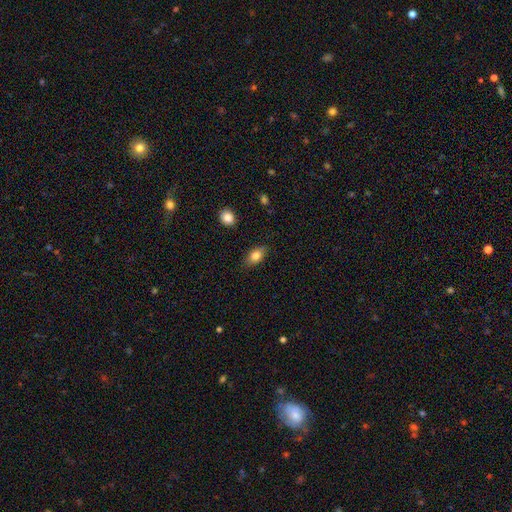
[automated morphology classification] A smooth galaxy with no disk features (82%) that is in between round and cigar-shaped (83%).

Vote fractions:
- Smooth or featured? smooth: 82% / featured or disk: 10% / star or artifact: 8%
- How rounded? in between: 83% / round: 14% / cigar-shaped: 3%
- Merging? none: 81% / minor disturbance: 15% / major disturbance: 3% / merger: 1%